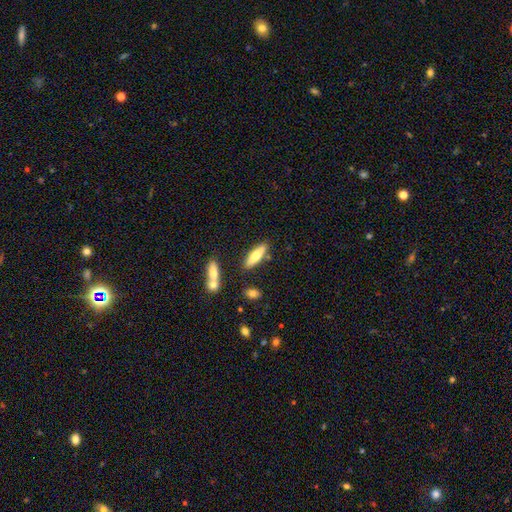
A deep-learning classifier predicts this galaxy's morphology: A smooth galaxy with no disk features (63%) that is in between round and cigar-shaped (49%, tied with cigar-shaped). Merging: none (79%).